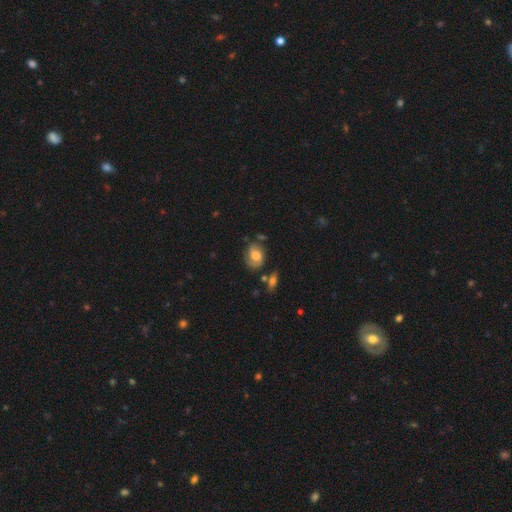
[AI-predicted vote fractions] Morphology: type=smooth (53%); roundness=in between (60%); merging=none (59%).